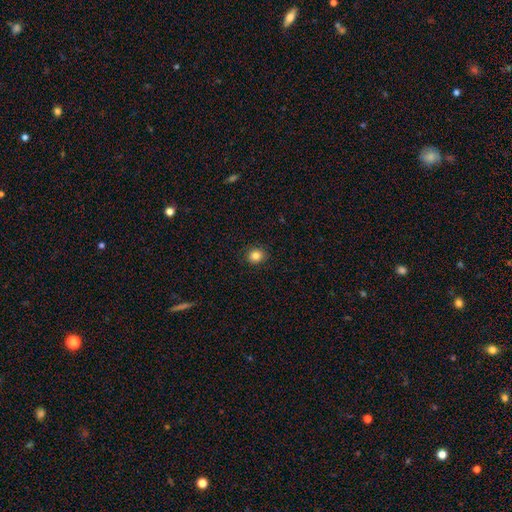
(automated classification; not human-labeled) smooth-or-featured: smooth: 84% | star or artifact: 11% | featured or disk: 5%
  how-rounded: round: 82% | in between: 17% | cigar-shaped: 1%
  merging: none: 90% | minor disturbance: 7% | major disturbance: 2% | merger: 1%